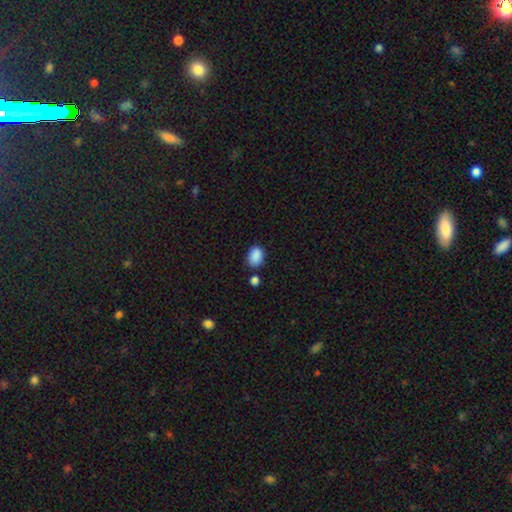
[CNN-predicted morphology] smooth_or_featured: smooth (p=0.88) [alt: star or artifact p=0.08]
how_rounded: in between (p=0.78) [alt: round p=0.21]
merging: none (p=0.73) [alt: minor disturbance p=0.16]